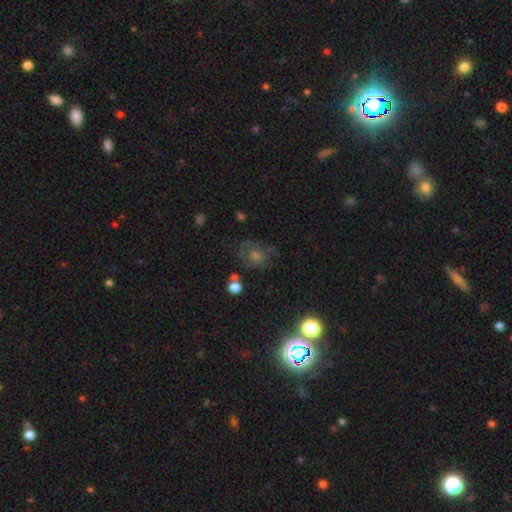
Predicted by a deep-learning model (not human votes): Smooth or featured? Predicted: smooth (p=0.35). Merging? Predicted: none (p=0.64).